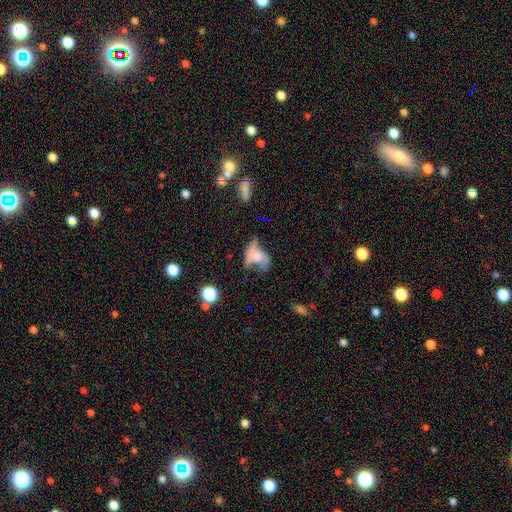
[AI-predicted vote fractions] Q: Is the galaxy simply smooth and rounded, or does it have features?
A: smooth — 44%, tied with featured or disk.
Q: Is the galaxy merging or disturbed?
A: major disturbance — 44%.